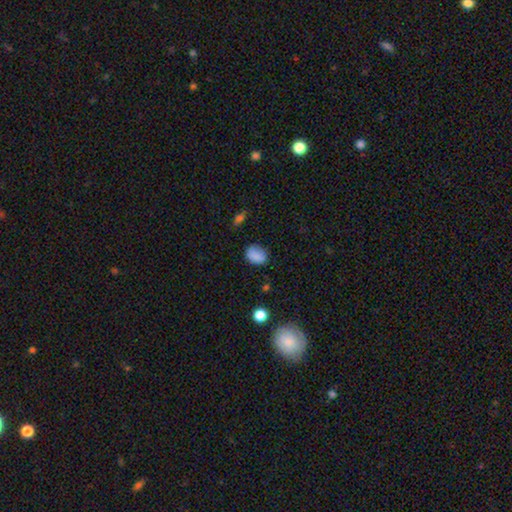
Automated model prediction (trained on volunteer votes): This is clearly a smooth galaxy (85%). How rounded: likely in between (65%). Merging: likely none (74%).